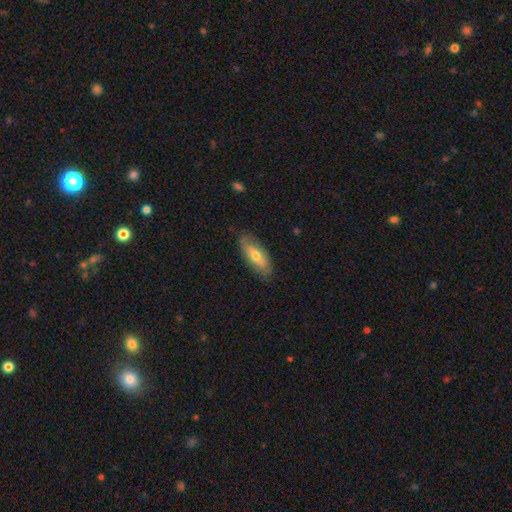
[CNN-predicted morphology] Q: Smooth or featured?
A: smooth (57%); runner-up: featured or disk (36%)
Q: How rounded?
A: in between (73%); runner-up: cigar-shaped (24%)
Q: Merging?
A: none (81%); runner-up: minor disturbance (15%)